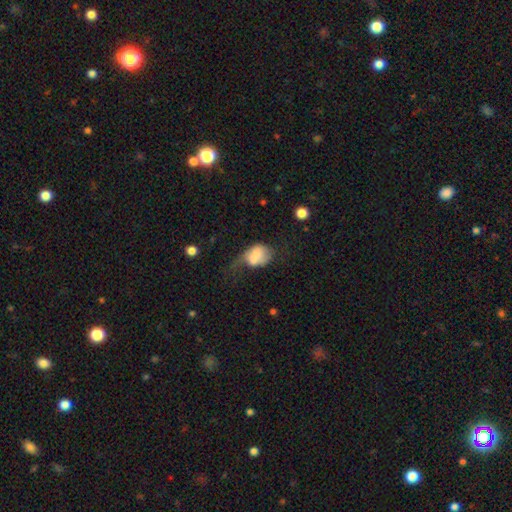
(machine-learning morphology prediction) The model was most divided on "merging": major disturbance: 33%, merger: 25%, minor disturbance: 23%, none: 20%. More confident: smooth or featured — smooth (66%); how rounded — in between (61%).